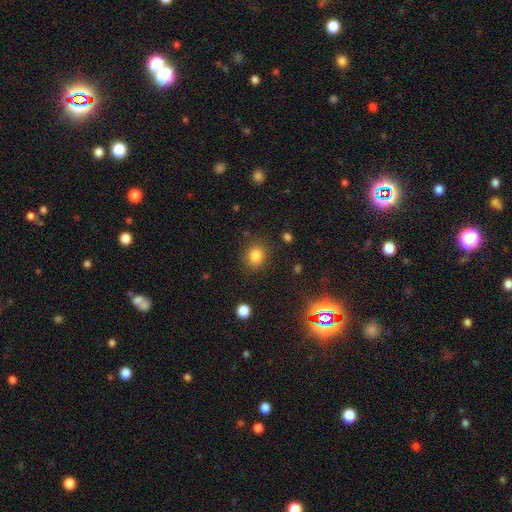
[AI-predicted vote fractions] smooth-or-featured: smooth: 83% | star or artifact: 12% | featured or disk: 5%
  how-rounded: round: 76% | in between: 23% | cigar-shaped: 1%
  merging: none: 86% | minor disturbance: 9% | major disturbance: 3% | merger: 2%